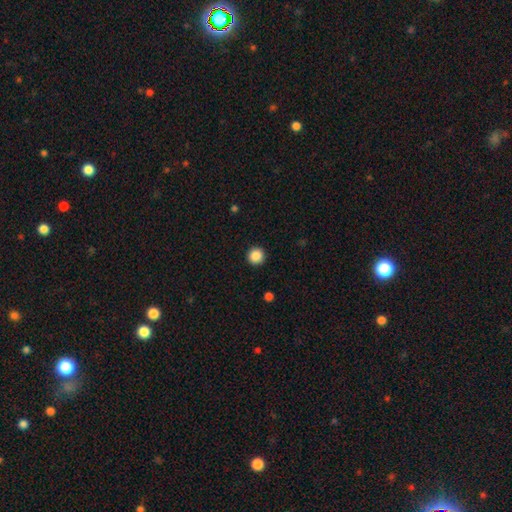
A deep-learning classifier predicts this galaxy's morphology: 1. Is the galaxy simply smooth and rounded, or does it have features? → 87% smooth, 10% star or artifact, 3% featured or disk.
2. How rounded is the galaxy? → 96% round, 3% in between, 1% cigar-shaped.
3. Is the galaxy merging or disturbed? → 93% none, 4% minor disturbance, 2% major disturbance, 1% merger.